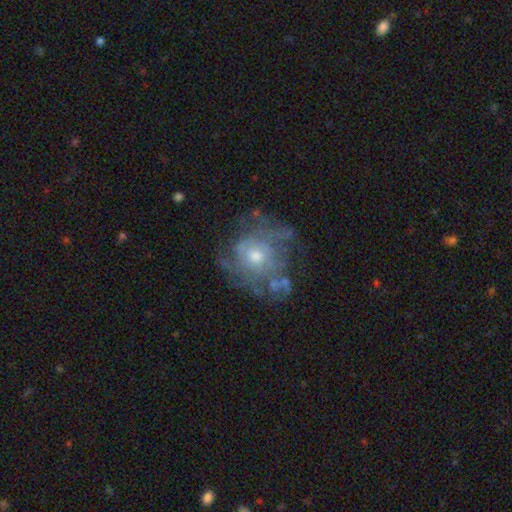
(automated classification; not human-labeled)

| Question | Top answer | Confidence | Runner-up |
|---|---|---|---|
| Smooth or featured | featured or disk | 70% | smooth (20%) |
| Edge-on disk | no | 97% | yes (3%) |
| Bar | no | 83% | weak (15%) |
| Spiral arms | yes | 57% | no (43%) |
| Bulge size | moderate | 60% | small (33%) |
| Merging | none | 53% | major disturbance (22%) |